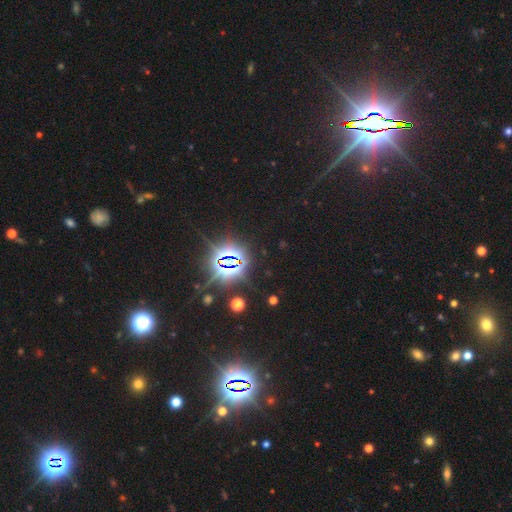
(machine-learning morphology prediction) A star or artifact, not a galaxy (84%).